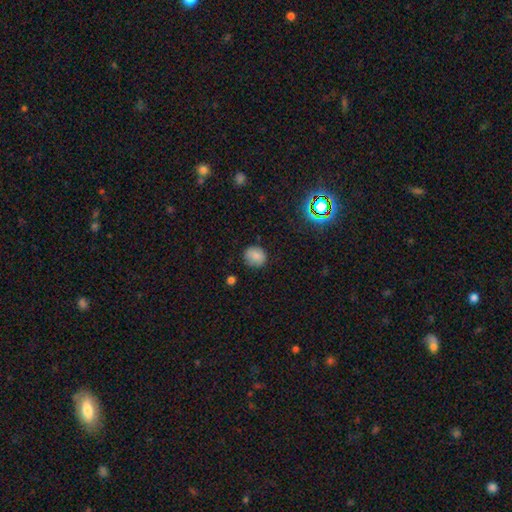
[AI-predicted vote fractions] Q: Smooth or featured?
A: smooth (81%); runner-up: star or artifact (11%)
Q: How rounded?
A: round (81%); runner-up: in between (18%)
Q: Merging?
A: none (83%); runner-up: minor disturbance (13%)